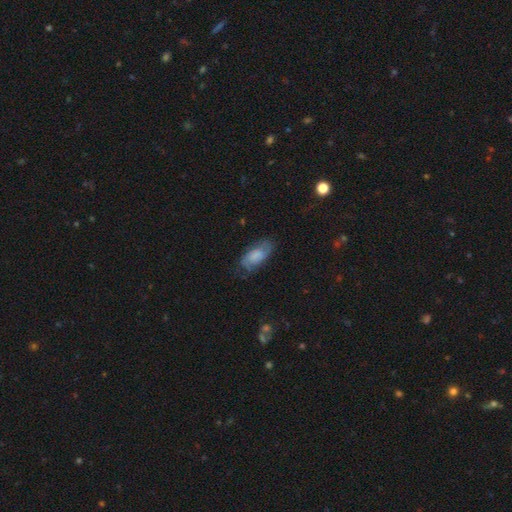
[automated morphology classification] Overall: smooth (54%; featured or disk 38%). How rounded: in between (88%). Merging: none (65%).